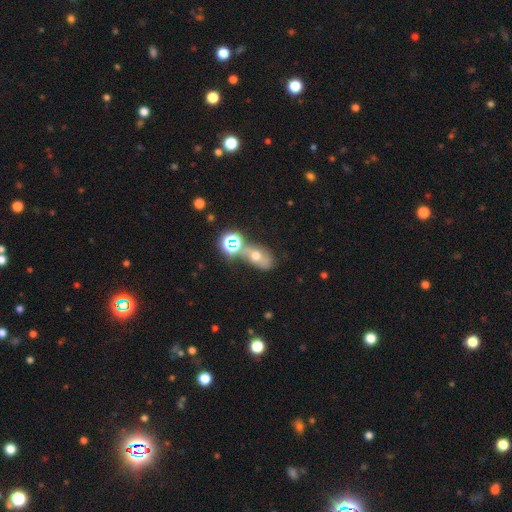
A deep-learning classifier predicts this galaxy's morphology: A smooth galaxy with no disk features (48%).

Vote fractions:
- Smooth or featured? smooth: 48% / featured or disk: 28% / star or artifact: 24%
- Merging? none: 38% / merger: 33% / minor disturbance: 17% / major disturbance: 12%